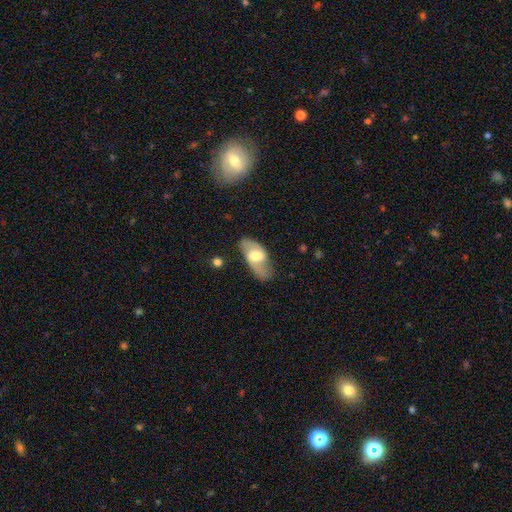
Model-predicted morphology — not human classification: featured or disk 62%, smooth 33%, star or artifact 6%. Down the decision tree: edge-on disk — no (90%); bar — weak (49%); spiral arms — yes (75%); bulge size — moderate (60%); merging — none (73%).